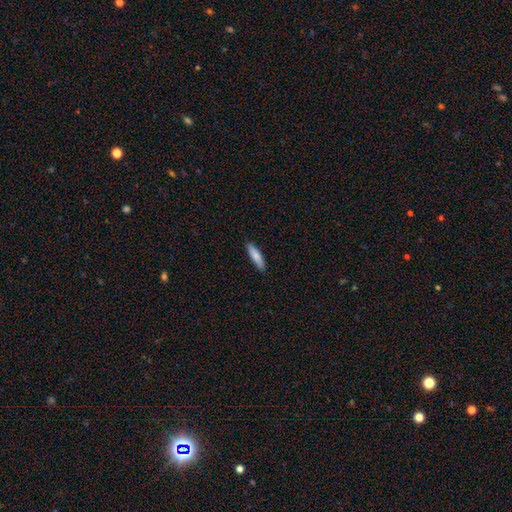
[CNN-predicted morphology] smooth-or-featured: smooth: 81% | featured or disk: 14% | star or artifact: 5%
  how-rounded: cigar-shaped: 72% | in between: 27% | round: 1%
  merging: none: 88% | minor disturbance: 9% | major disturbance: 2% | merger: 1%